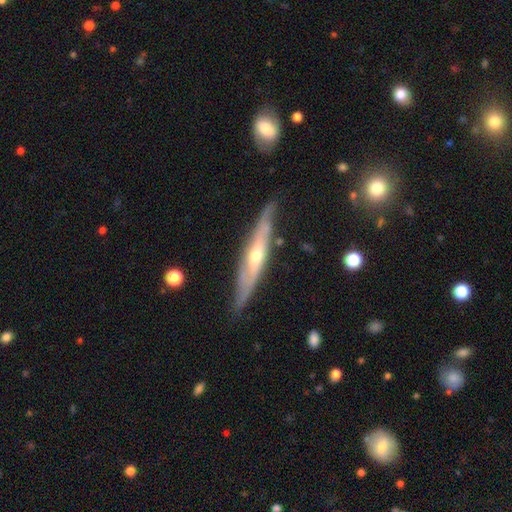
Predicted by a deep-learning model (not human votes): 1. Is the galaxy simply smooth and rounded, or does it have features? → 74% featured or disk, 20% smooth, 6% star or artifact.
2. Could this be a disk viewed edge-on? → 77% yes, 23% no.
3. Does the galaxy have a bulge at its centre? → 75% rounded, 21% none, 4% boxy.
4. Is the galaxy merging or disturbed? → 78% none, 17% minor disturbance, 3% major disturbance, 2% merger.